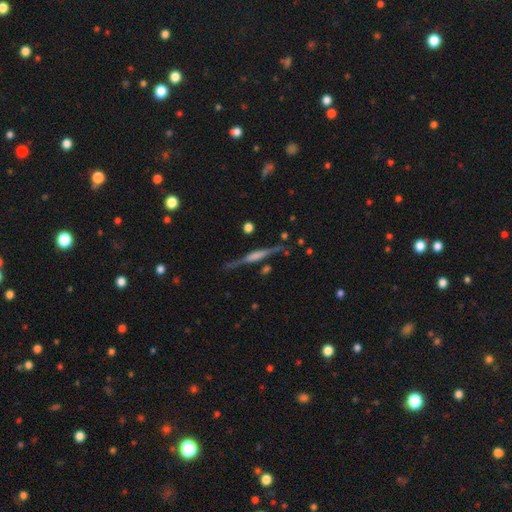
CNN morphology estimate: Smooth or featured: featured or disk — 78% (smooth — 15%)
Edge-on disk: yes — 97% (no — 3%)
Edge-on bulge: boxy — 45% (rounded — 39%)
Merging: none — 82% (minor disturbance — 12%)